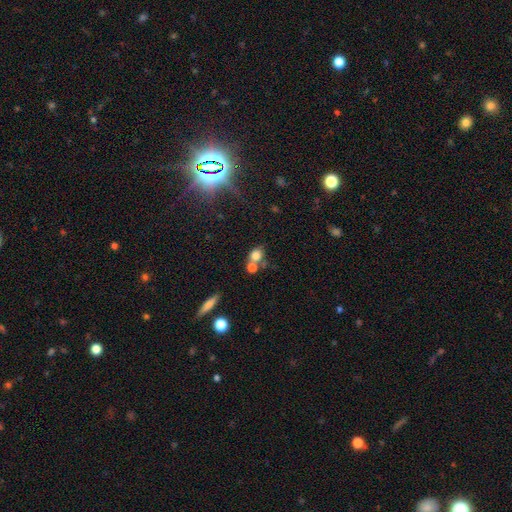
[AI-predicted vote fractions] The model was most divided on "merging": none: 45%, merger: 38%, minor disturbance: 11%, major disturbance: 6%. More confident: smooth or featured — smooth (77%); how rounded — round (63%).